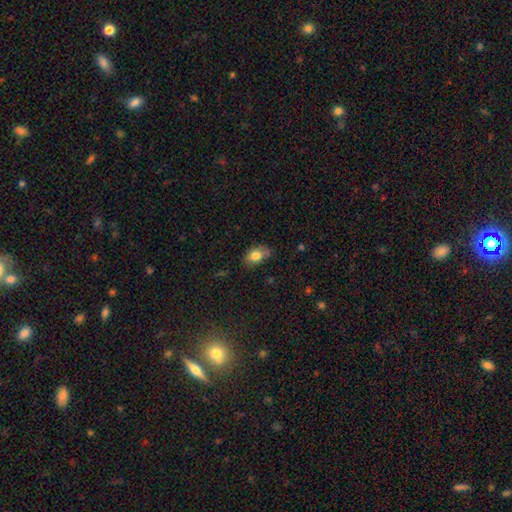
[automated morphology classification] The model was most divided on "merging": none: 64%, minor disturbance: 28%, major disturbance: 6%, merger: 3%. More confident: how rounded — in between (84%); smooth or featured — smooth (78%).